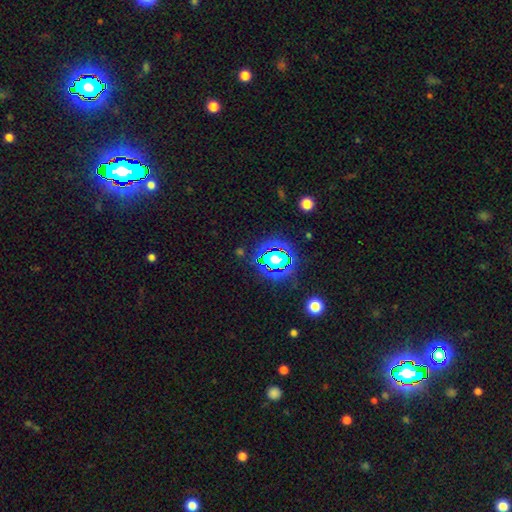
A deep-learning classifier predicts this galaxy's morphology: This is clearly a star or artifact rather than a galaxy (80%).